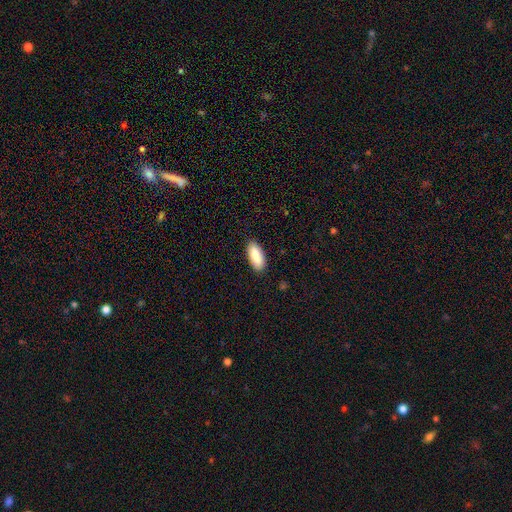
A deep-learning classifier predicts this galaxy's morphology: Smooth or featured?
  - smooth: 88% *
  - star or artifact: 6%
  - featured or disk: 6%
How rounded?
  - in between: 84% *
  - cigar-shaped: 14%
  - round: 2%
Merging?
  - none: 88% *
  - minor disturbance: 9%
  - major disturbance: 2%
  - merger: 1%